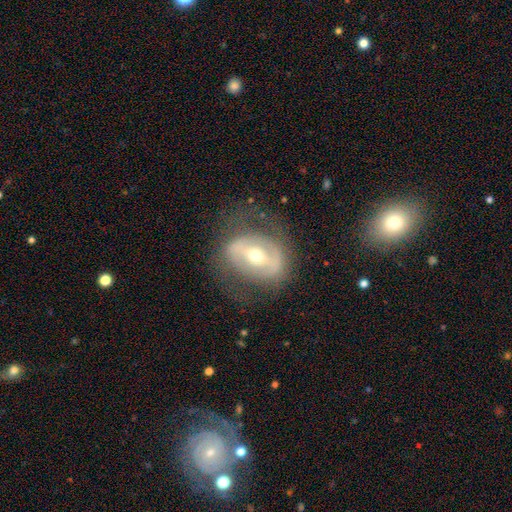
This is likely a featured or disk galaxy (66%). It is clearly not viewed edge-on (84%). Bar: marginally weak (43%). Spiral arm pattern: likely no (67%). Central bulge: possibly moderate (57%). Merging: possibly none (49%).